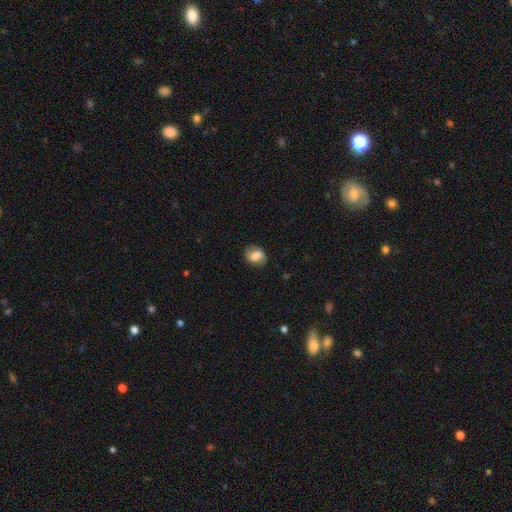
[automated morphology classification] type=smooth (71%); roundness=in between (58%); merging=none (79%).